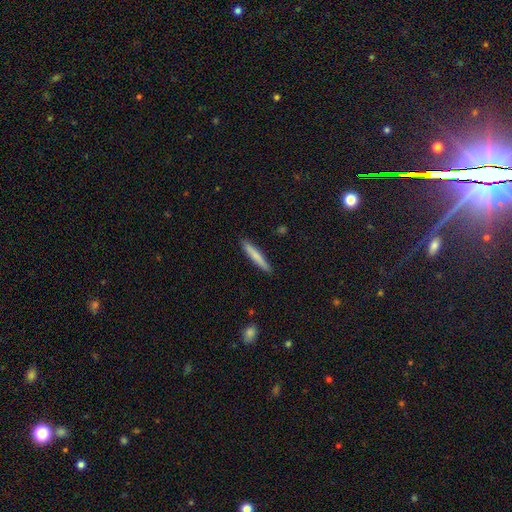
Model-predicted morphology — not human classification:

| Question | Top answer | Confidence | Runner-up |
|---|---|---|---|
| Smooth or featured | smooth | 75% | featured or disk (20%) |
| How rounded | cigar-shaped | 95% | in between (4%) |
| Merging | none | 91% | minor disturbance (7%) |